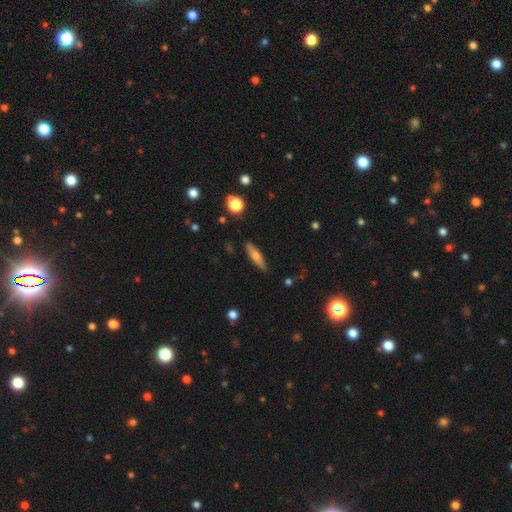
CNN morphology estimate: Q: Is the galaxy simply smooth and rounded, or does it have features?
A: smooth — 62%.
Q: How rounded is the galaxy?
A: cigar-shaped — 72%.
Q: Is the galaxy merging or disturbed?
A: none — 86%.